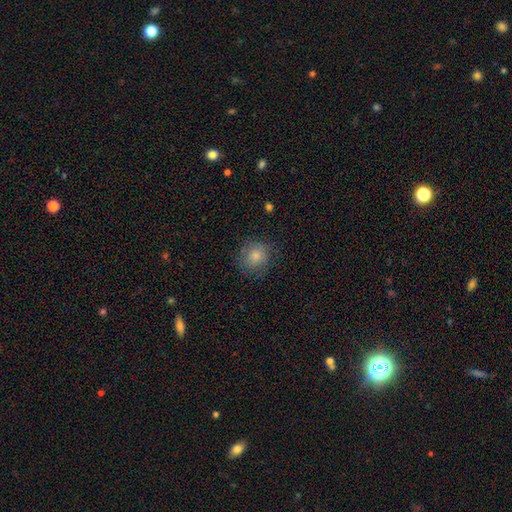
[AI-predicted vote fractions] Morphology: type=smooth (80%); roundness=round (84%); merging=none (75%).